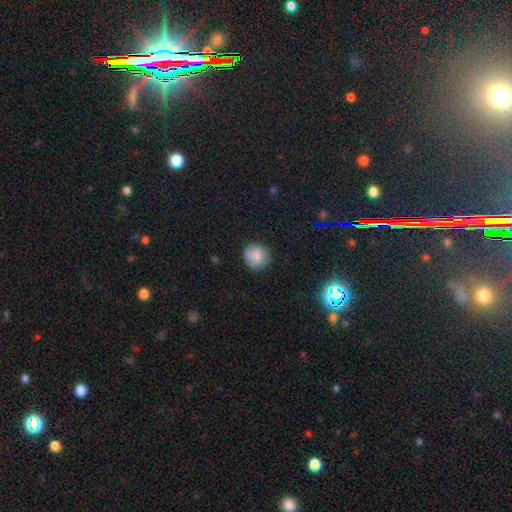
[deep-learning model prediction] Smooth or featured? smooth (82%)
How rounded? round (93%)
Merging? none (82%)